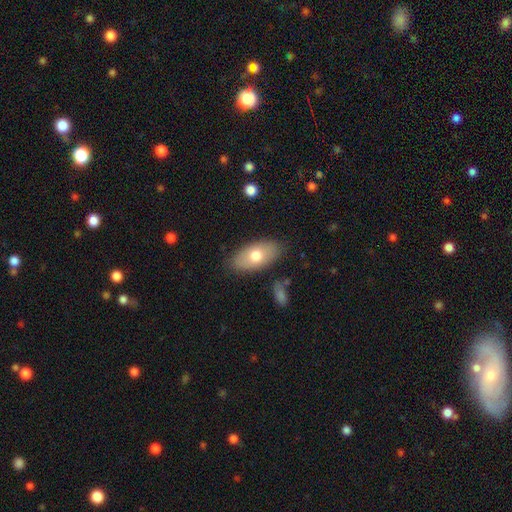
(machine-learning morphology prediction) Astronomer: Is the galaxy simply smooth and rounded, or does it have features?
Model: smooth — 69%.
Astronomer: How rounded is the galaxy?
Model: in between — 92%.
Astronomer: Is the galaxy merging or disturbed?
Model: none — 84%.